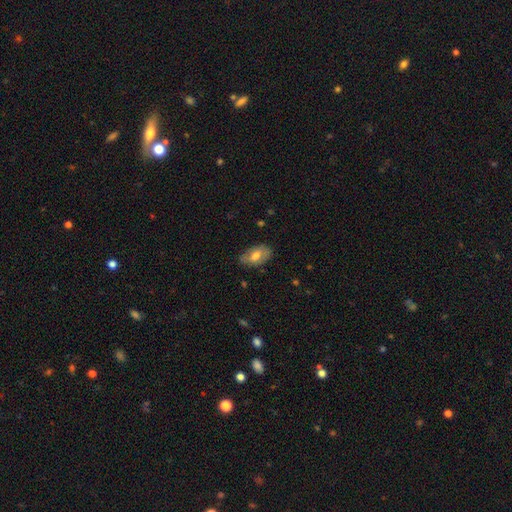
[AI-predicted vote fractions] Smooth or featured? smooth (61%)
How rounded? in between (92%)
Merging? none (73%)